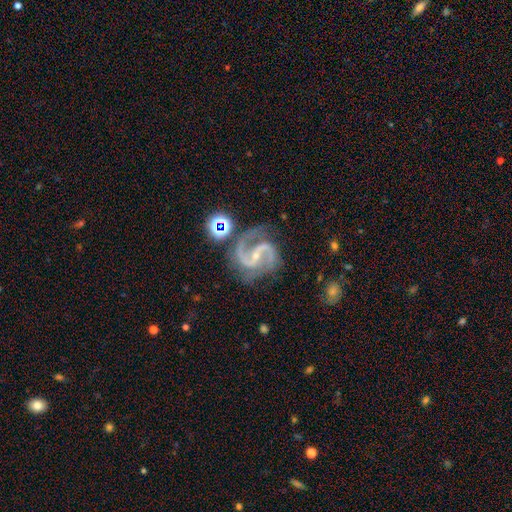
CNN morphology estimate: Overall: featured or disk (92%). Edge-on disk: no (98%). Bar: strong (41%; weak 37%). Spiral arms: yes (98%). Spiral arm count: 2 (92%). Spiral winding: medium (66%). Bulge size: small (75%). Merging: none (68%).